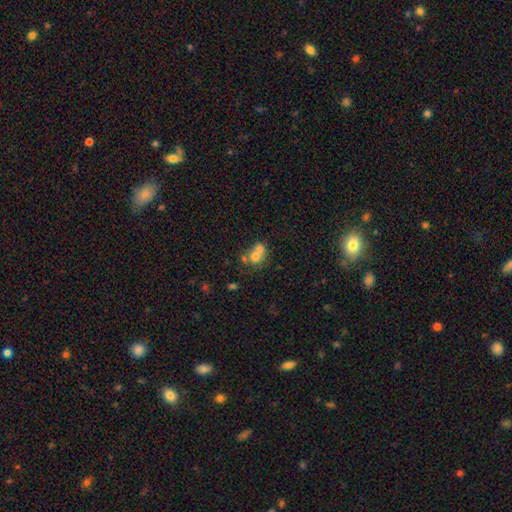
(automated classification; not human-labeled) smooth_or_featured: smooth (p=0.66) [alt: featured or disk p=0.23]
how_rounded: round (p=0.70) [alt: in between p=0.29]
merging: merger (p=0.66) [alt: none p=0.25]